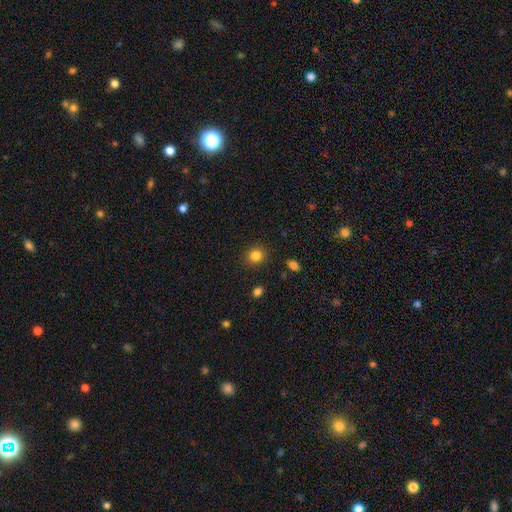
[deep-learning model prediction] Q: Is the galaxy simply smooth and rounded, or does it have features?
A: smooth — 85%.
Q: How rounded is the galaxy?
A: round — 80%.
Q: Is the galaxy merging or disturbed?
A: none — 88%.